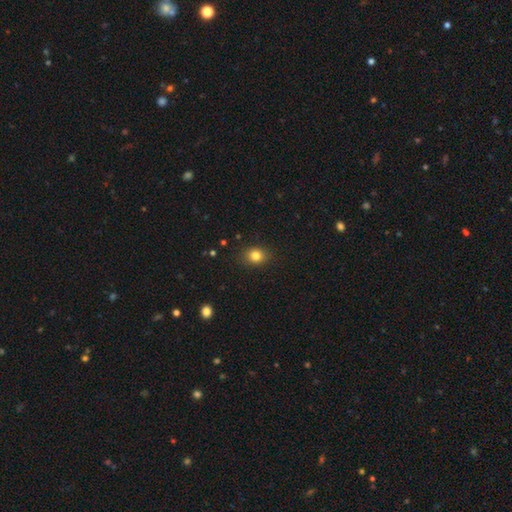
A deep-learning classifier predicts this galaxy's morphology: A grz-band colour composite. It shows a smooth galaxy with no disk features (83%) that is round (59%). Merging: none (87%).